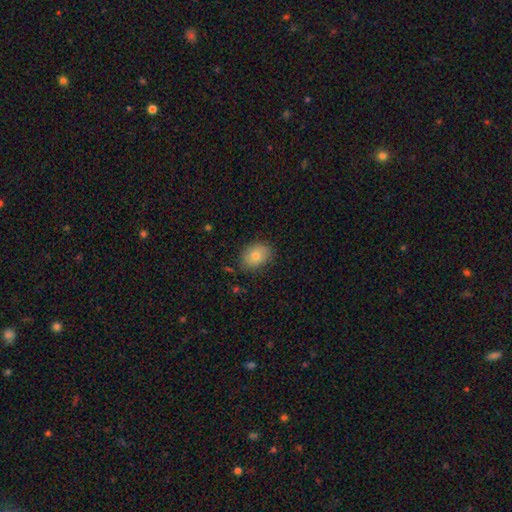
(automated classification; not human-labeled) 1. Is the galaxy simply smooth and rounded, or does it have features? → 76% smooth, 15% featured or disk, 9% star or artifact.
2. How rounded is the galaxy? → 69% in between, 30% round, 1% cigar-shaped.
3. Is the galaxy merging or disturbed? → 81% none, 15% minor disturbance, 3% major disturbance, 1% merger.